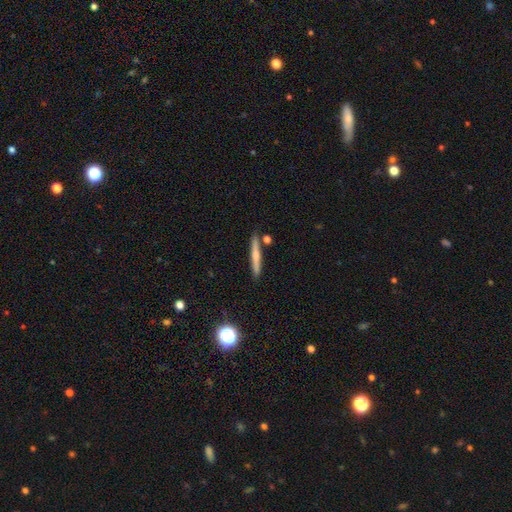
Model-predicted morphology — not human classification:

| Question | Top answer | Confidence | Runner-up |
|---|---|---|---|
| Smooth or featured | smooth | 55% | featured or disk (39%) |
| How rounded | cigar-shaped | 94% | in between (4%) |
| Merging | none | 84% | minor disturbance (9%) |